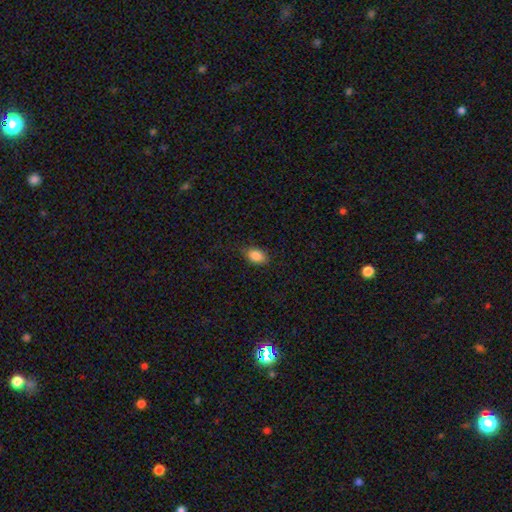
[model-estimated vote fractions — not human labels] Smooth or featured? smooth (87%)
How rounded? in between (85%)
Merging? none (82%)